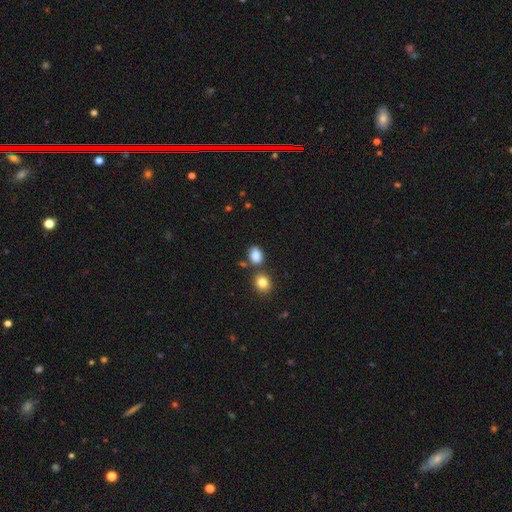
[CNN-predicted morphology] A smooth galaxy with no disk features (85%) that is in between round and cigar-shaped (71%).

Vote fractions:
- Smooth or featured? smooth: 85% / star or artifact: 10% / featured or disk: 5%
- How rounded? in between: 71% / round: 28% / cigar-shaped: 1%
- Merging? none: 70% / merger: 14% / minor disturbance: 13% / major disturbance: 4%